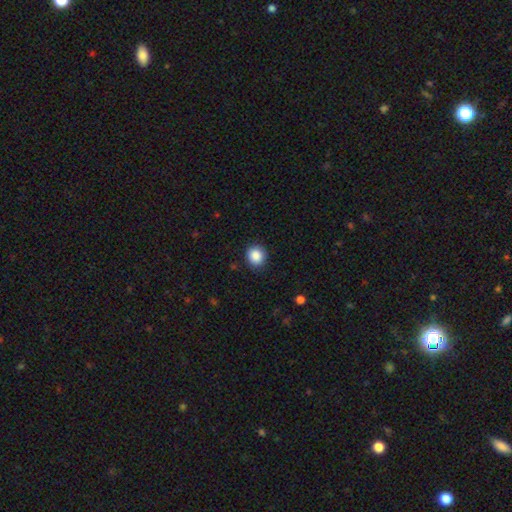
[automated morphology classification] smooth_or_featured: smooth (p=0.88) [alt: star or artifact p=0.09]
how_rounded: round (p=0.80) [alt: in between p=0.19]
merging: none (p=0.90) [alt: minor disturbance p=0.07]